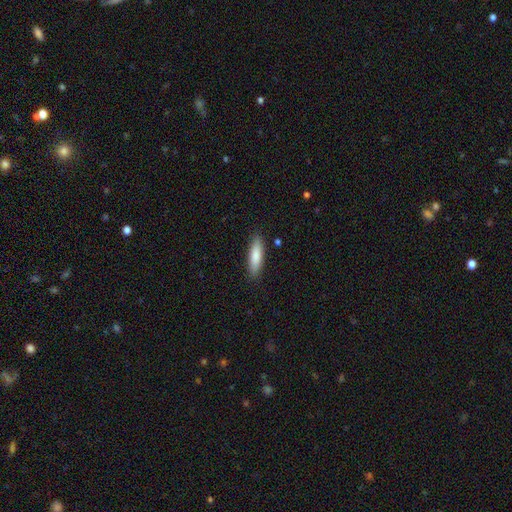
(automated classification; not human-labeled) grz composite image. It shows a smooth galaxy with no disk features (83%) that is cigar-shaped (60%). Merging: none (87%).